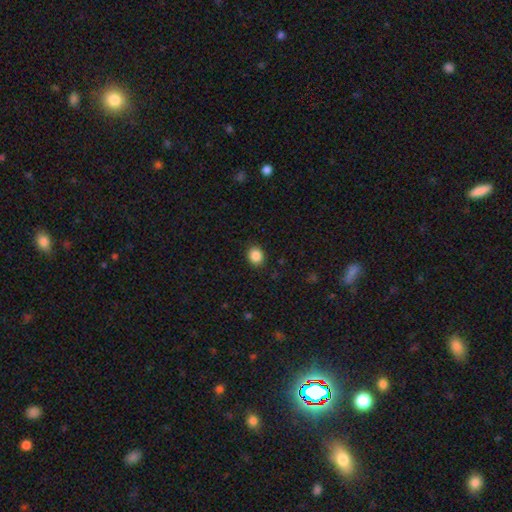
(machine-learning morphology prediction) smooth 87%, star or artifact 10%, featured or disk 3%. Down the decision tree: how rounded — round (71%); merging — none (90%).